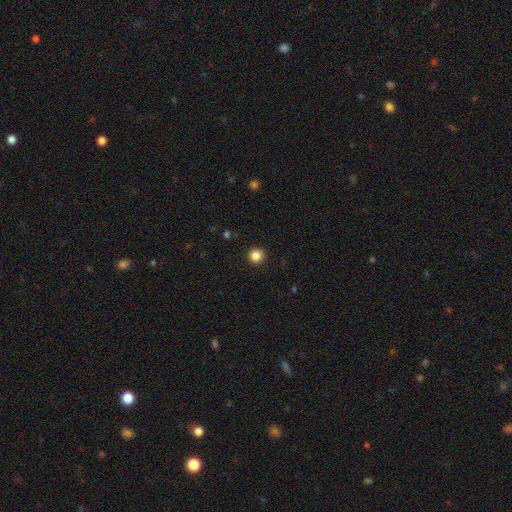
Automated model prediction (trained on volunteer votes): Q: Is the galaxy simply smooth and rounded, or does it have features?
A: smooth — 86%.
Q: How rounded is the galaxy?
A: round — 95%.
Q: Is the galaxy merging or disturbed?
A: none — 93%.